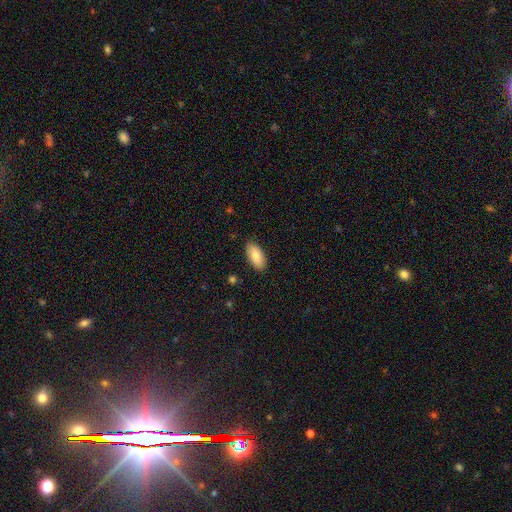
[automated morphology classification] Smooth or featured: smooth — 85% (featured or disk — 9%)
How rounded: in between — 91% (cigar-shaped — 7%)
Merging: none — 87% (minor disturbance — 10%)